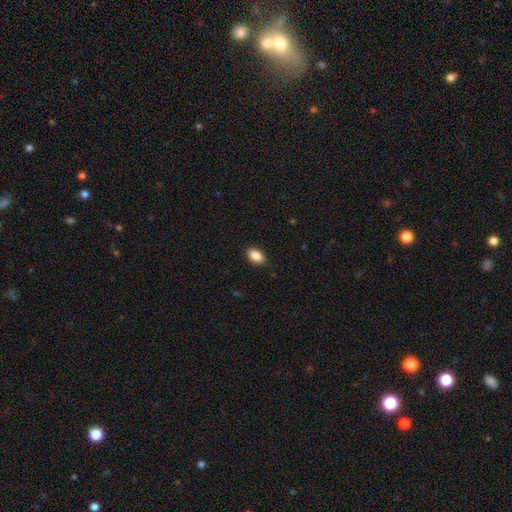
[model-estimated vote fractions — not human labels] This is clearly a smooth galaxy (89%). How rounded: clearly in between (91%). Merging: clearly none (88%).